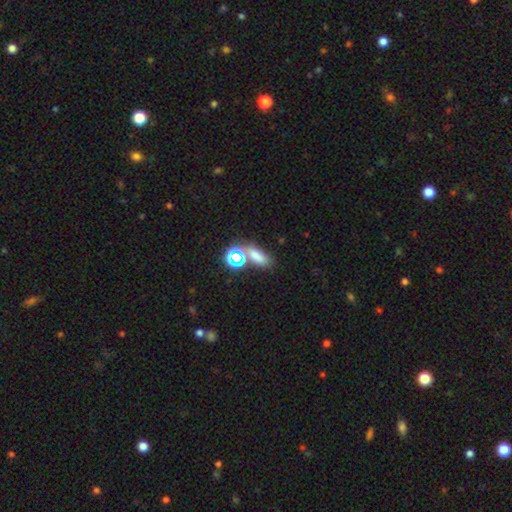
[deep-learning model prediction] Morphology: type=smooth (64%); roundness=in between (68%); merging=none (59%).